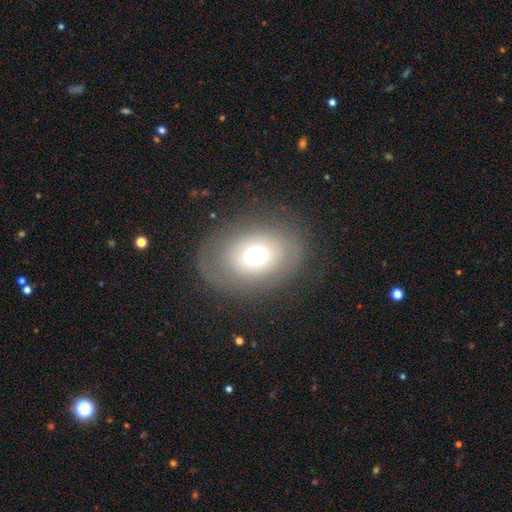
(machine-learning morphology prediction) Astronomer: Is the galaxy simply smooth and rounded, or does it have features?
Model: smooth — 58%.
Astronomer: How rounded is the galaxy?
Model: in between — 58% (runner-up: round, 41%).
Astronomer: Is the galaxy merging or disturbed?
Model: none — 76%.